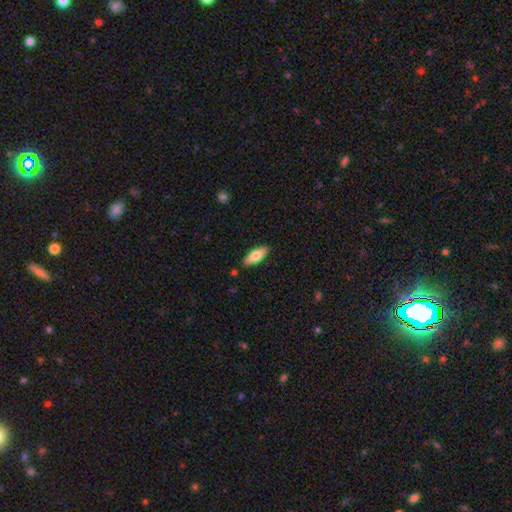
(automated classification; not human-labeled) smooth 71%, featured or disk 23%, star or artifact 6%. Down the decision tree: how rounded — in between (71%); merging — none (87%).